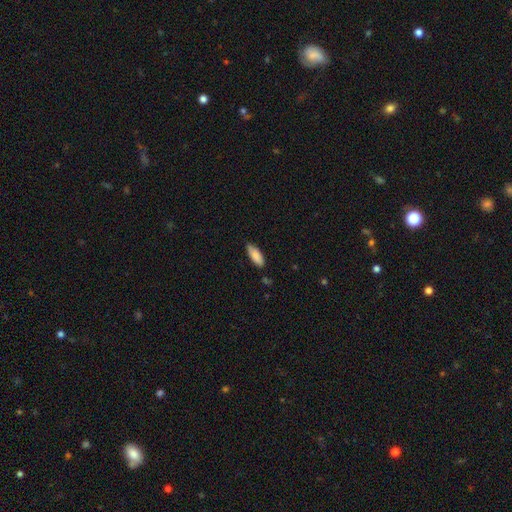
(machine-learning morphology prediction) Smooth or featured? smooth (87%)
How rounded? in between (73%)
Merging? none (81%)